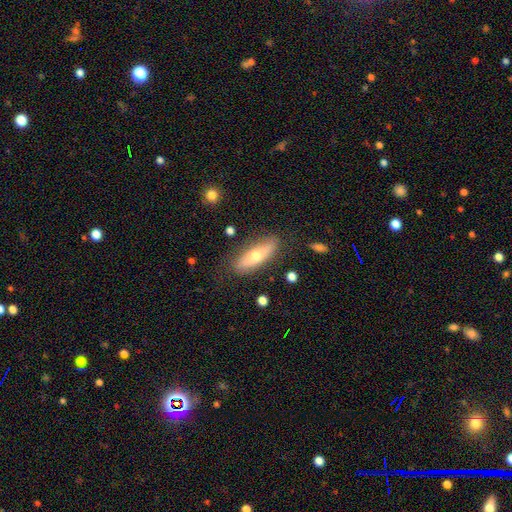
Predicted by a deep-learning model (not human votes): This appears to be a smooth galaxy with no disk features (57%) that is in between round and cigar-shaped (56%). Merging: none (78%).